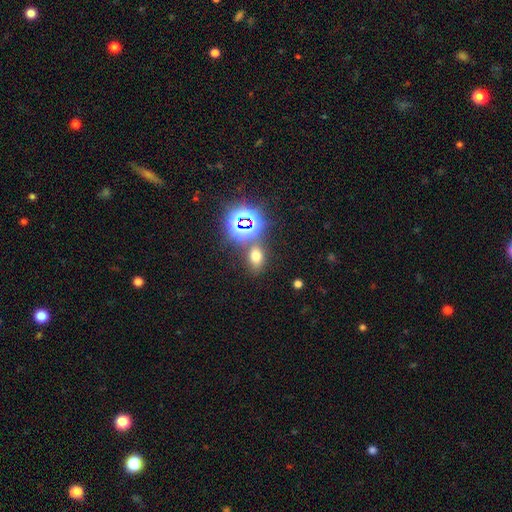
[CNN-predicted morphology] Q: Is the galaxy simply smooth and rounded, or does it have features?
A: smooth — 59%.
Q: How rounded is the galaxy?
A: in between — 72%.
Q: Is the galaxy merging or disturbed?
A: none — 71%.